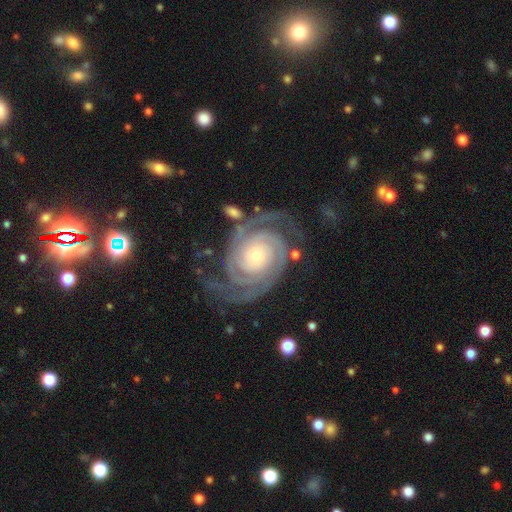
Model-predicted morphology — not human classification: A featured or disk galaxy (93%) with no bar (77%), 2 (79%) tight (76%) spiral arms (99%) and a small central bulge (64%). Merging: none (72%).